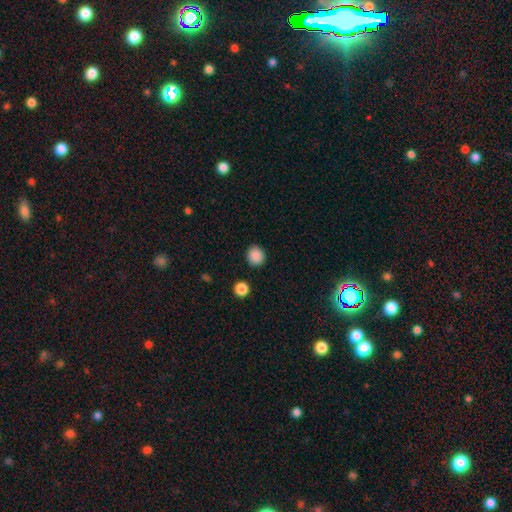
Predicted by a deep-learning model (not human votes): smooth 88%, star or artifact 9%, featured or disk 3%. Down the decision tree: how rounded — round (88%); merging — none (89%).